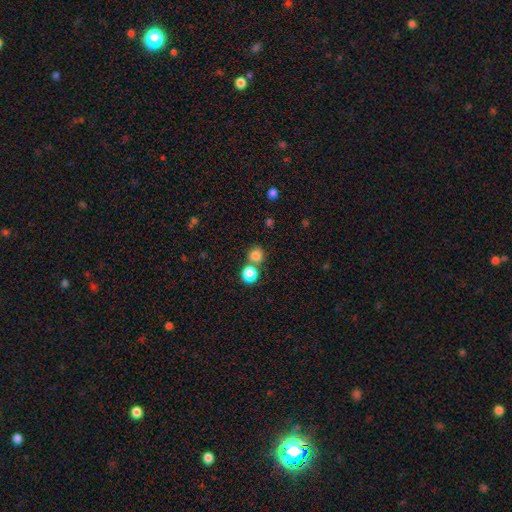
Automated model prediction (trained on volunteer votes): Smooth or featured? Predicted: smooth (p=0.80). How rounded? Predicted: round (p=0.88). Merging? Predicted: none (p=0.64).